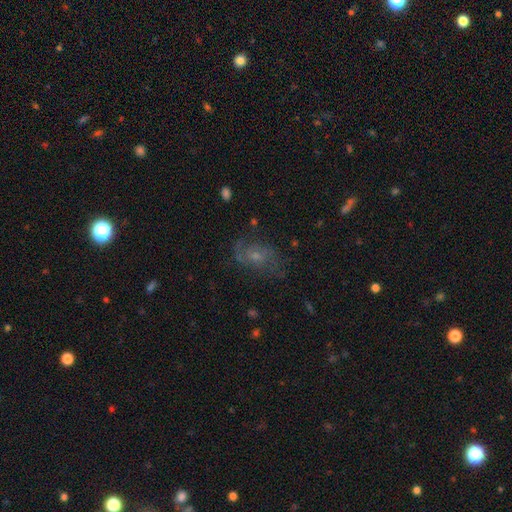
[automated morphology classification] type=featured or disk (62%); edge-on=no (96%); bar=no (65%); spiral arms=yes (83%); bulge=small (53%); merging=none (64%).